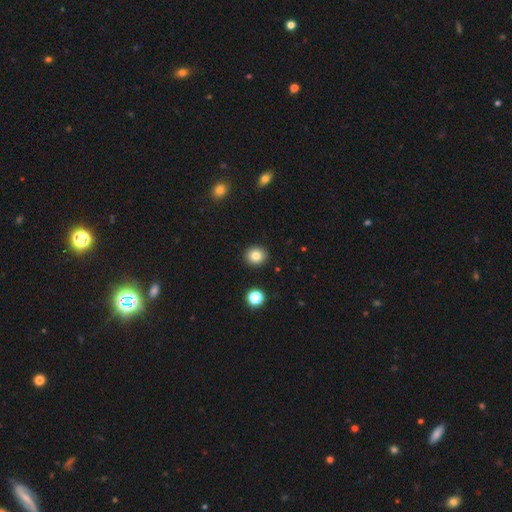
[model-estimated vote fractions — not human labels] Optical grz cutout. It shows a smooth galaxy with no disk features (82%) that is round (89%). Merging: none (92%).